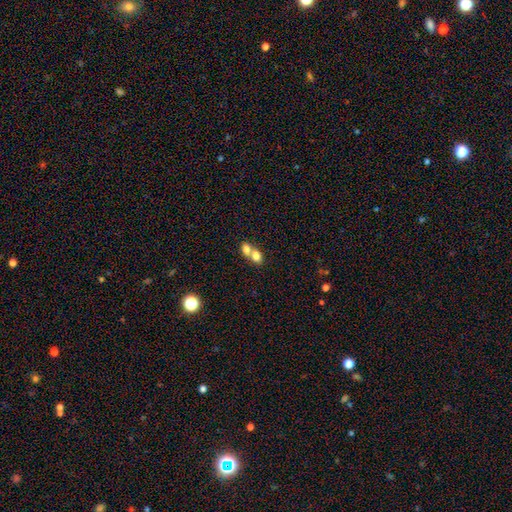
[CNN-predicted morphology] type=smooth (76%); roundness=in between (62%); merging=merger (71%).